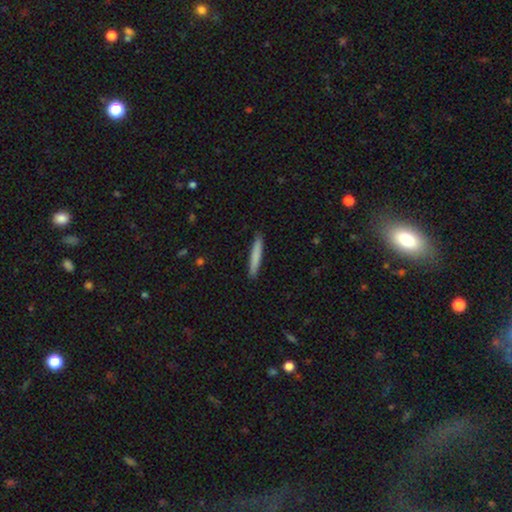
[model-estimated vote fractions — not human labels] A smooth galaxy with no disk features (78%) that is cigar-shaped (96%). Merging: none (91%).